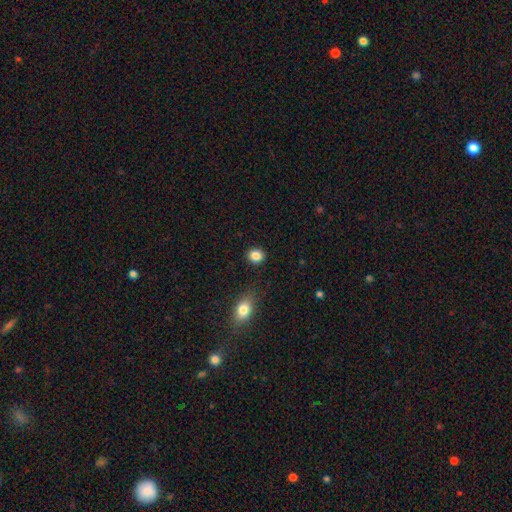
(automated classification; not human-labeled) Smooth or featured? smooth (86%)
How rounded? round (78%)
Merging? none (89%)